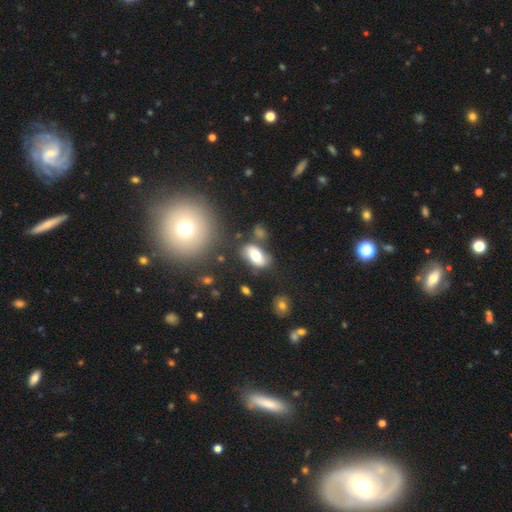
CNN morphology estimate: Overall: smooth (68%). How rounded: in between (91%). Merging: none (67%).